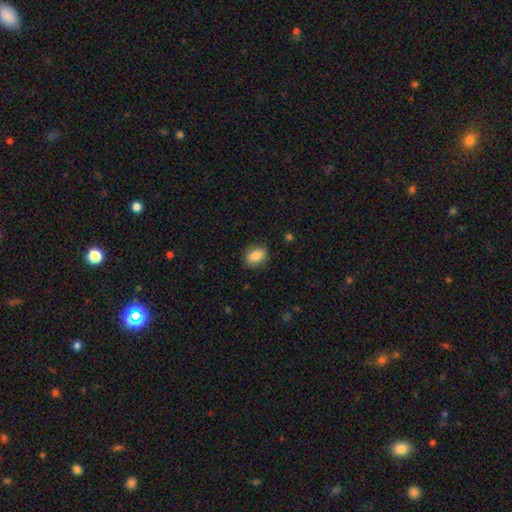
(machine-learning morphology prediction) This appears to be a smooth galaxy with no disk features (86%) that is in between round and cigar-shaped (81%). Merging: none (84%).